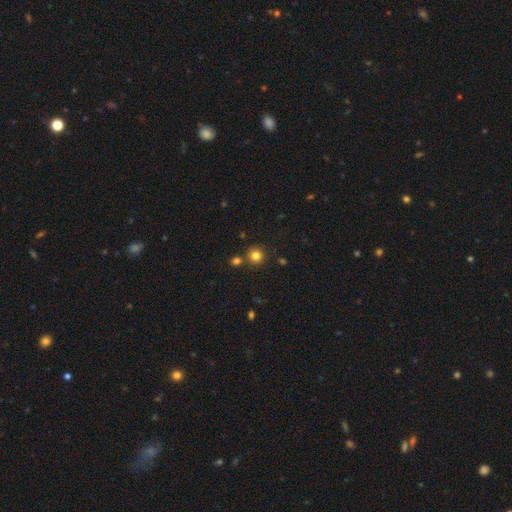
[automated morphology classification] A smooth galaxy with no disk features (81%) that is round (92%).

Vote fractions:
- Smooth or featured? smooth: 81% / star or artifact: 14% / featured or disk: 6%
- How rounded? round: 92% / in between: 7% / cigar-shaped: 1%
- Merging? none: 79% / merger: 10% / minor disturbance: 8% / major disturbance: 2%